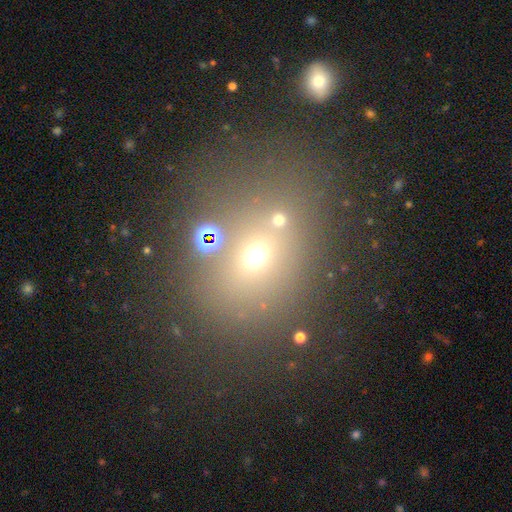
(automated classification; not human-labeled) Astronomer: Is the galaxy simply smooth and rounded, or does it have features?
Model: smooth — 60%.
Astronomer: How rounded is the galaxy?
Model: round — 49% (runner-up: in between, 48%).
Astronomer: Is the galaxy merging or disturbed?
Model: none — 69%.